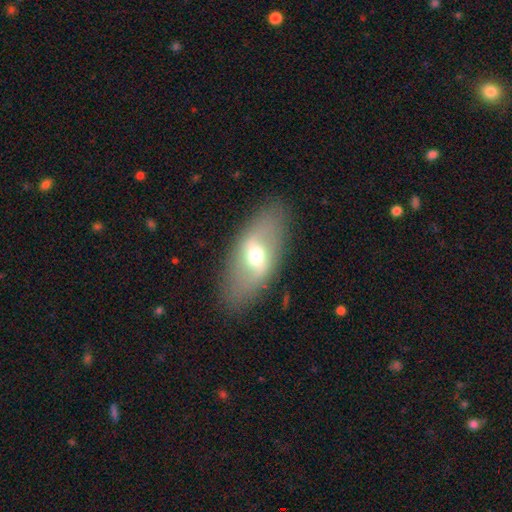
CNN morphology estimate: Smooth or featured? Predicted: featured or disk (p=0.57). Edge-on disk? Predicted: no (p=0.80). Merging? Predicted: none (p=0.86).